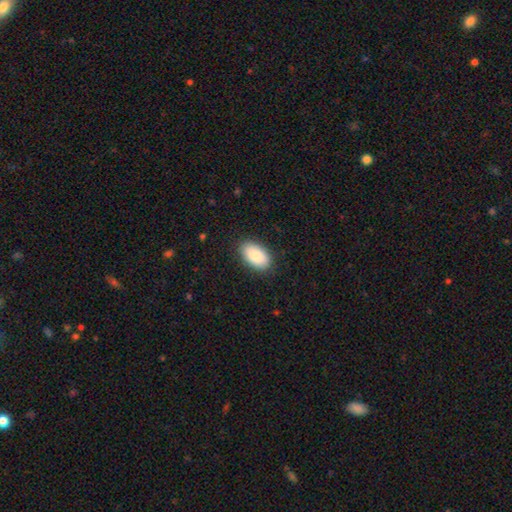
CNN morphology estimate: A smooth galaxy with no disk features (88%) that is in between round and cigar-shaped (95%).

Vote fractions:
- Smooth or featured? smooth: 88% / featured or disk: 6% / star or artifact: 6%
- How rounded? in between: 95% / round: 4% / cigar-shaped: 1%
- Merging? none: 87% / minor disturbance: 10% / major disturbance: 2% / merger: 1%